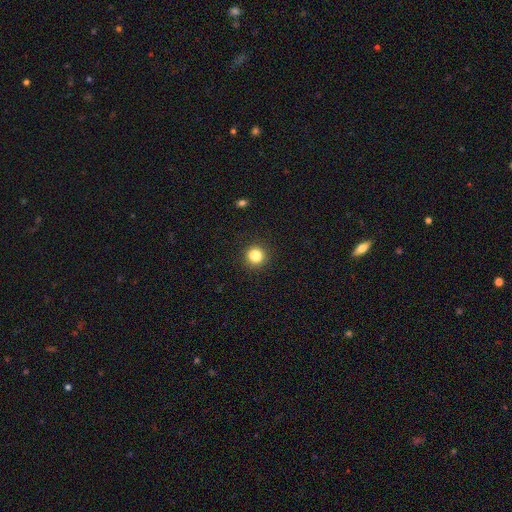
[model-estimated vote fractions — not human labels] smooth_or_featured: smooth (p=0.84) [alt: star or artifact p=0.11]
how_rounded: round (p=0.89) [alt: in between p=0.10]
merging: none (p=0.91) [alt: minor disturbance p=0.06]